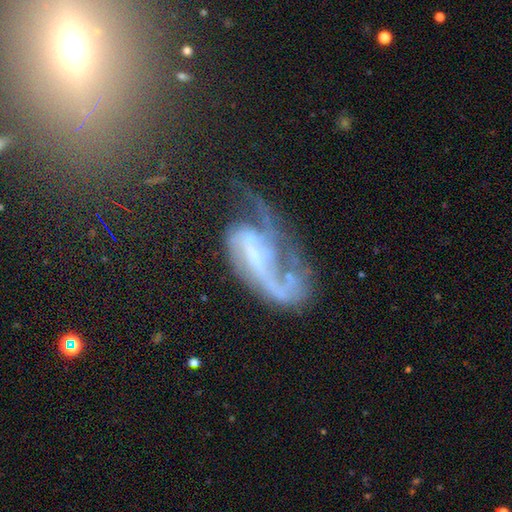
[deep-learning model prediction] This appears to be a featured or disk galaxy (77%) with no bar (39%), 2 (35%, tied with 1) loose (49%) spiral arms (82%) and a small central bulge (42%). Merging: major disturbance (48%).